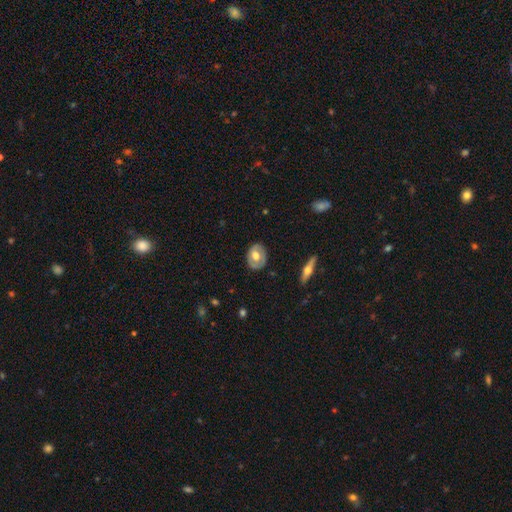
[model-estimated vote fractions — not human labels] The model was most divided on "smooth or featured": smooth: 49%, featured or disk: 45%, star or artifact: 6%. More confident: merging — none (82%).